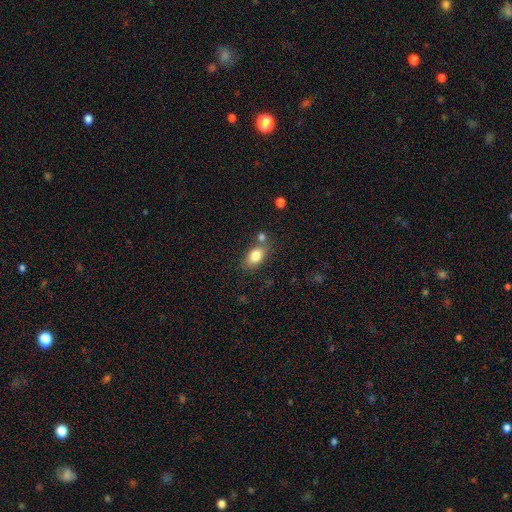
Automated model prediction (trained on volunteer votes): Morphology: type=smooth (80%); roundness=in between (82%); merging=none (64%).